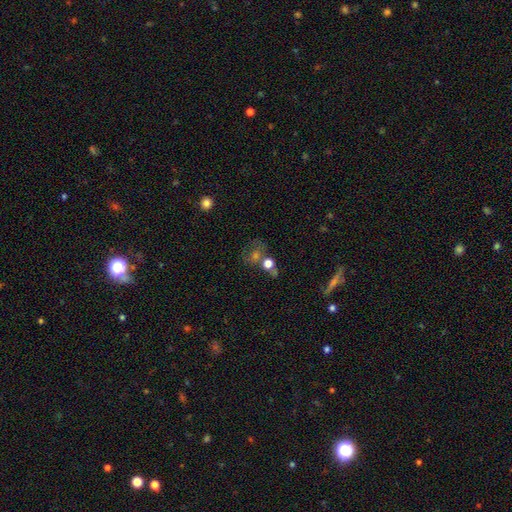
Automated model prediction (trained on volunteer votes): Smooth or featured? smooth (37%)
Merging? none (51%)